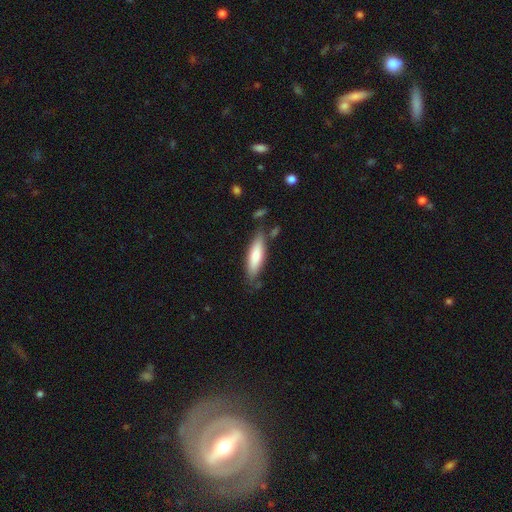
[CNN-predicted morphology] The model was most divided on "how rounded": cigar-shaped: 61%, in between: 38%, round: 1%. More confident: smooth or featured — smooth (76%); merging — none (74%).